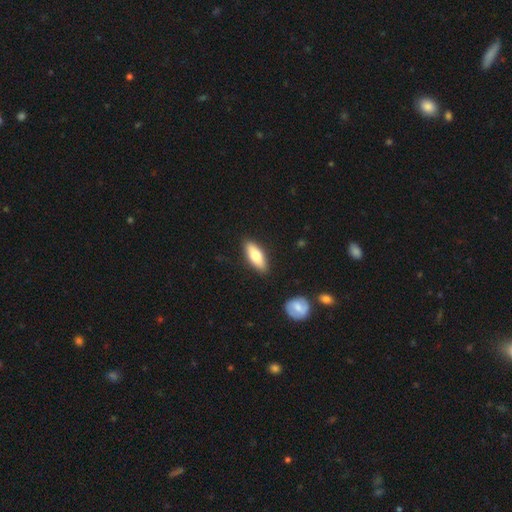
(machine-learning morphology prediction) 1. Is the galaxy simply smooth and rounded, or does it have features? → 68% smooth, 26% featured or disk, 6% star or artifact.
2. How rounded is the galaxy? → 67% in between, 30% cigar-shaped, 2% round.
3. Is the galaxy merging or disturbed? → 88% none, 8% minor disturbance, 2% major disturbance, 2% merger.